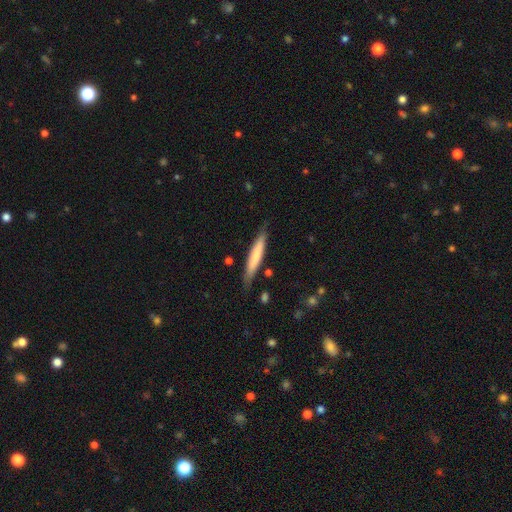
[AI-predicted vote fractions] Smooth or featured?
  - smooth: 69% *
  - featured or disk: 25%
  - star or artifact: 5%
How rounded?
  - cigar-shaped: 93% *
  - in between: 6%
  - round: 1%
Merging?
  - none: 82% *
  - minor disturbance: 14%
  - major disturbance: 2%
  - merger: 2%